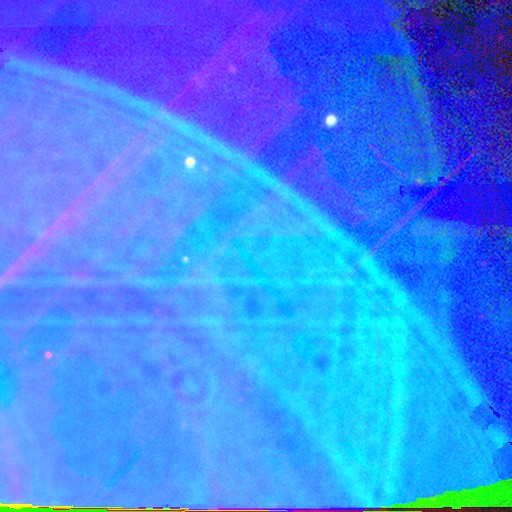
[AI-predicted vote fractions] smooth_or_featured: star or artifact (p=0.88) [alt: featured or disk p=0.06]